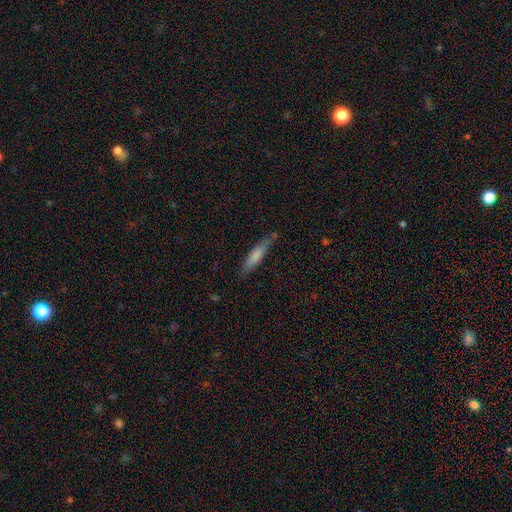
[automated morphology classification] Smooth or featured? Predicted: smooth (p=0.74). How rounded? Predicted: cigar-shaped (p=0.82). Merging? Predicted: none (p=0.72).